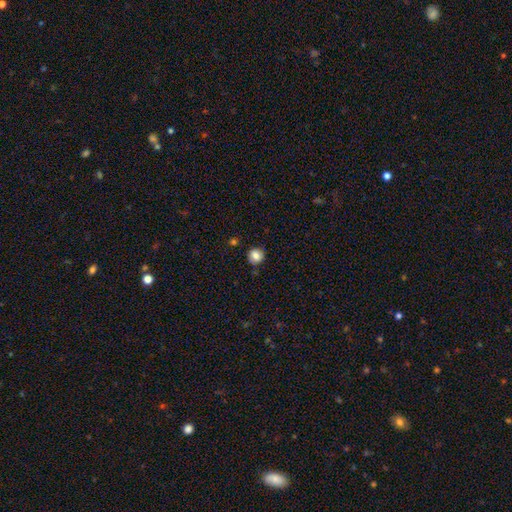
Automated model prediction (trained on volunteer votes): Q: Smooth or featured?
A: smooth (83%); runner-up: star or artifact (10%)
Q: How rounded?
A: round (88%); runner-up: in between (11%)
Q: Merging?
A: none (85%); runner-up: minor disturbance (10%)